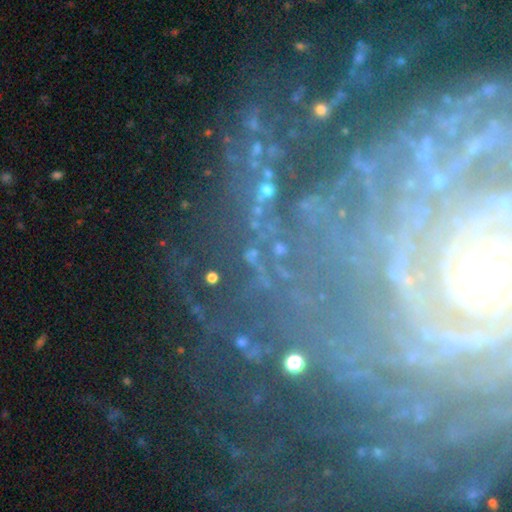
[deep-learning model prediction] This is possibly a featured or disk galaxy (51%). It is clearly not viewed edge-on (89%). Merging: likely none (68%).